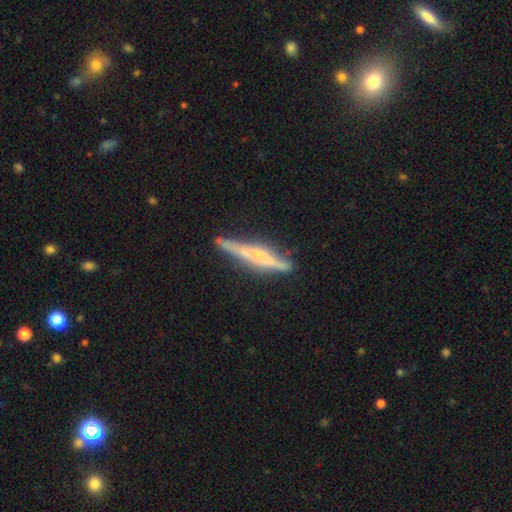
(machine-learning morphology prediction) A featured or disk galaxy (73%) viewed edge-on (94%) with a rounded central bulge (59%).

Vote fractions:
- Smooth or featured? featured or disk: 73% / smooth: 20% / star or artifact: 7%
- Edge-on disk? yes: 94% / no: 6%
- Edge-on bulge? rounded: 59% / none: 22% / boxy: 19%
- Merging? none: 79% / minor disturbance: 16% / major disturbance: 3% / merger: 2%